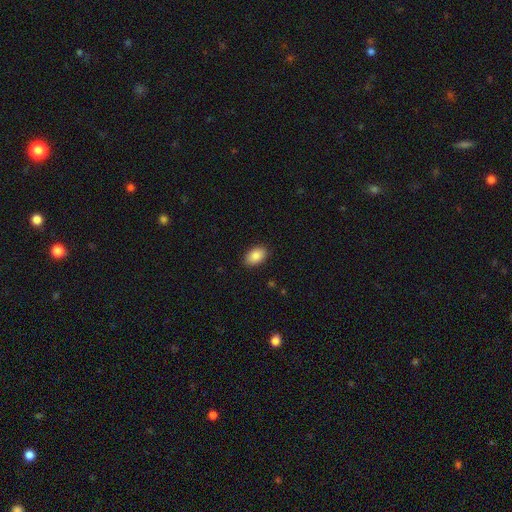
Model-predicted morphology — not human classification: A smooth galaxy with no disk features (87%) that is in between round and cigar-shaped (90%). Merging: none (89%).